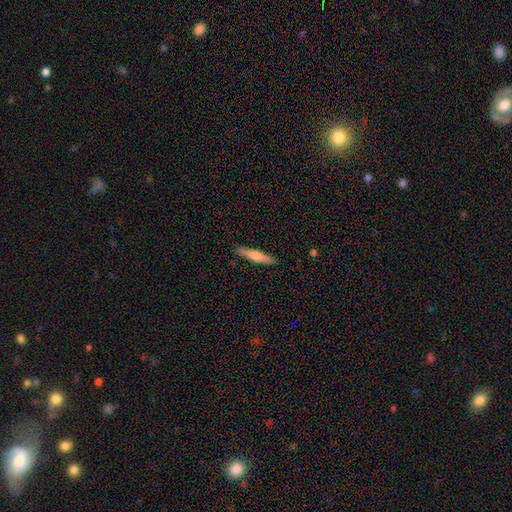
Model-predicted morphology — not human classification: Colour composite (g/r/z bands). It shows a smooth galaxy with no disk features (48%). Merging: none (91%).